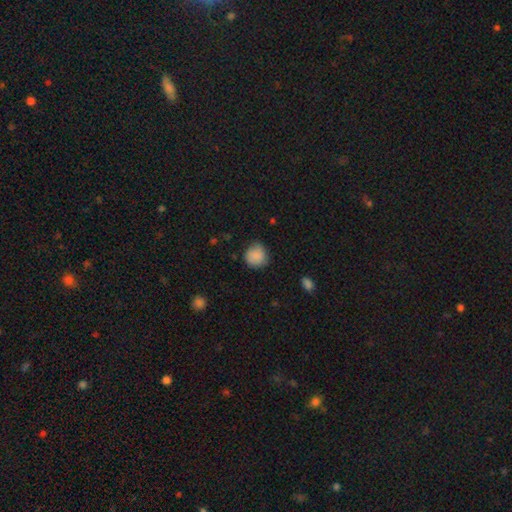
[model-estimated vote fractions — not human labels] Smooth or featured: smooth — 86% (star or artifact — 8%)
How rounded: round — 86% (in between — 13%)
Merging: none — 70% (minor disturbance — 24%)